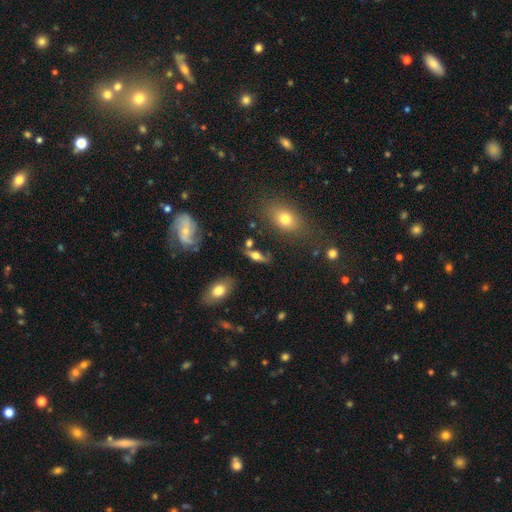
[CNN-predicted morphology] A smooth galaxy with no disk features (46%). Merging: none (68%).